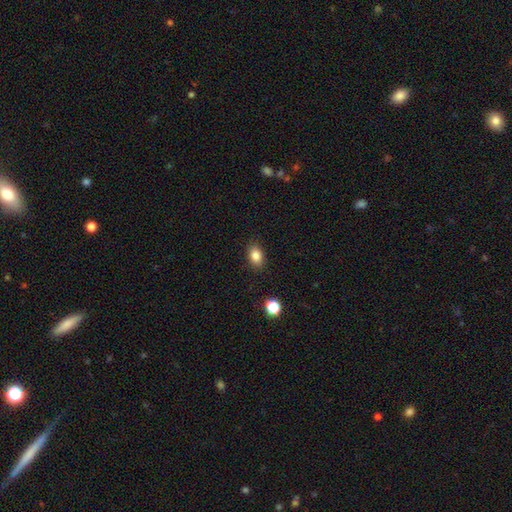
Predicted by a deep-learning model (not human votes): The model was most divided on "how rounded": in between: 76%, round: 23%, cigar-shaped: 1%. More confident: merging — none (87%); smooth or featured — smooth (84%).